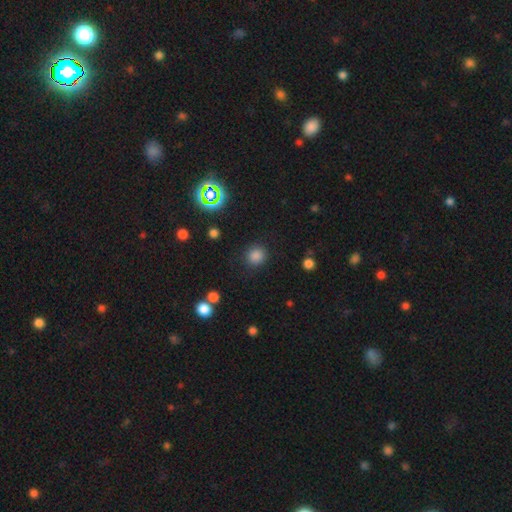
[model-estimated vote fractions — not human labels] Morphology: type=smooth (81%); roundness=round (88%); merging=none (88%).